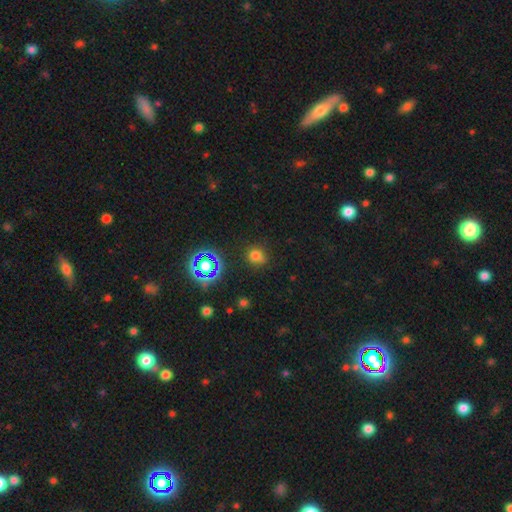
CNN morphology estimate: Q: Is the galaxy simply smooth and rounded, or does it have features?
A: smooth — 67%.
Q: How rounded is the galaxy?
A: round — 78%.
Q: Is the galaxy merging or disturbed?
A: none — 77%.